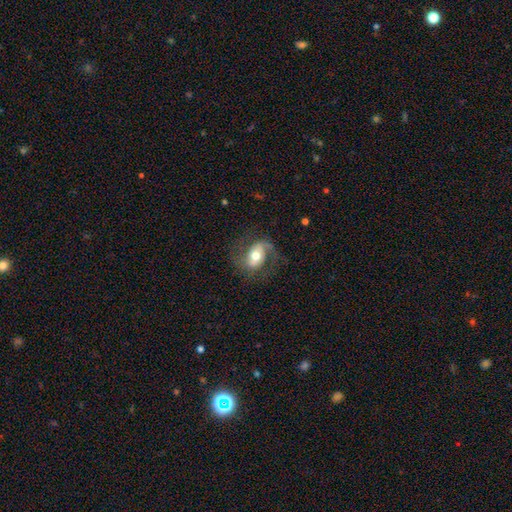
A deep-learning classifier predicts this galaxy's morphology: Smooth or featured: featured or disk — 66% (smooth — 27%)
Edge-on disk: no — 95% (yes — 5%)
Bar: no — 36% (weak — 35%)
Spiral arms: yes — 86% (no — 14%)
Spiral winding: medium — 46% (loose — 38%)
Spiral arm count: 2 — 79% (1 — 13%)
Bulge size: moderate — 67% (large — 18%)
Merging: none — 66% (minor disturbance — 18%)